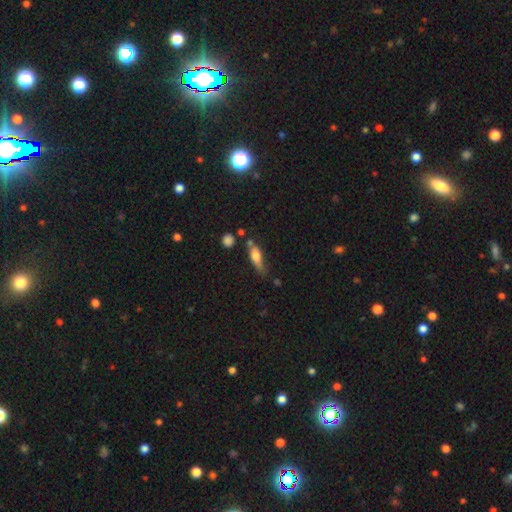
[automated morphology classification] A smooth galaxy with no disk features (67%) that is in between round and cigar-shaped (52%). Merging: none (44%).